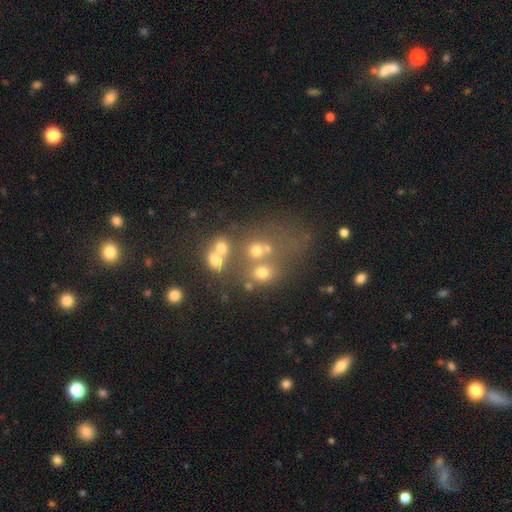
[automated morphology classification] A star or artifact, not a galaxy (38%).